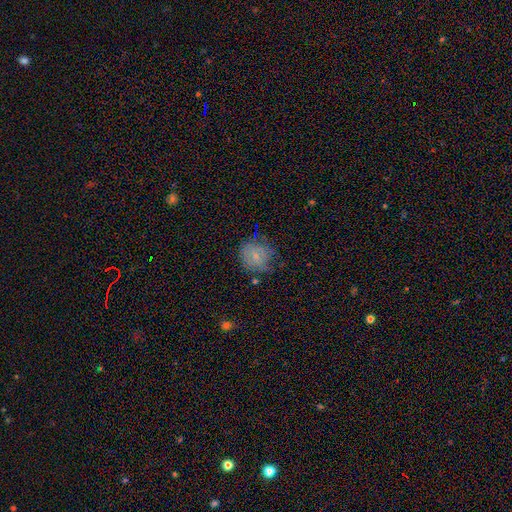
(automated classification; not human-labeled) Morphology: type=smooth (60%); roundness=round (80%); merging=none (61%).